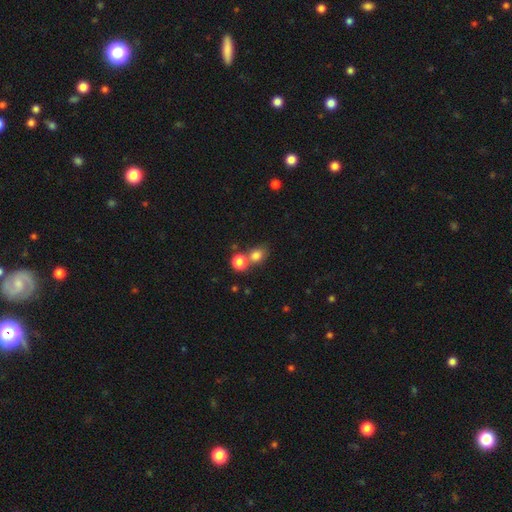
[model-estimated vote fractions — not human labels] This is likely a smooth galaxy (79%). How rounded: likely round (64%). Merging: possibly none (47%).